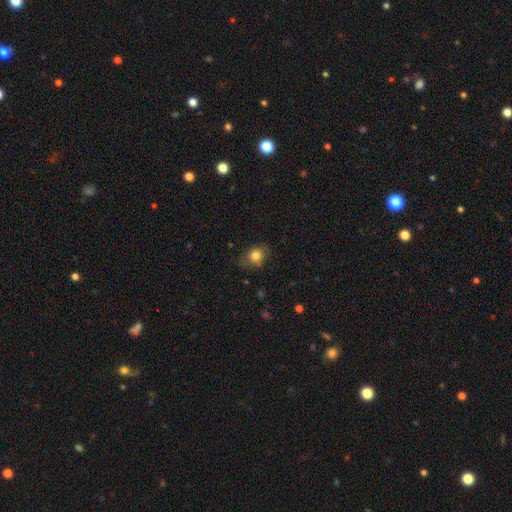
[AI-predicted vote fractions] Smooth or featured? Predicted: smooth (p=0.81). How rounded? Predicted: round (p=0.56). Merging? Predicted: none (p=0.68).